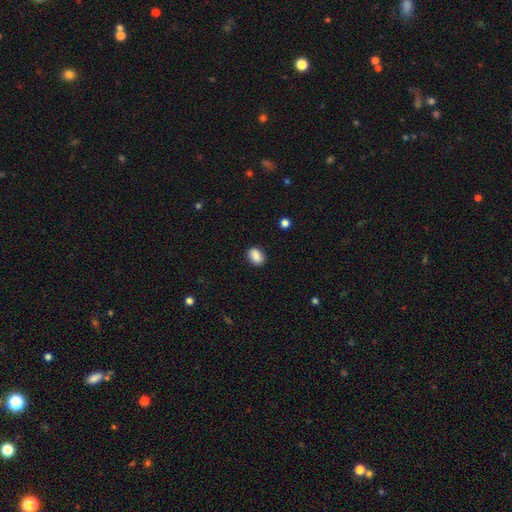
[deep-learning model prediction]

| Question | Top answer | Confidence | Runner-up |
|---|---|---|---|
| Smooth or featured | smooth | 88% | star or artifact (8%) |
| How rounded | in between | 71% | round (28%) |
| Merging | none | 86% | minor disturbance (10%) |